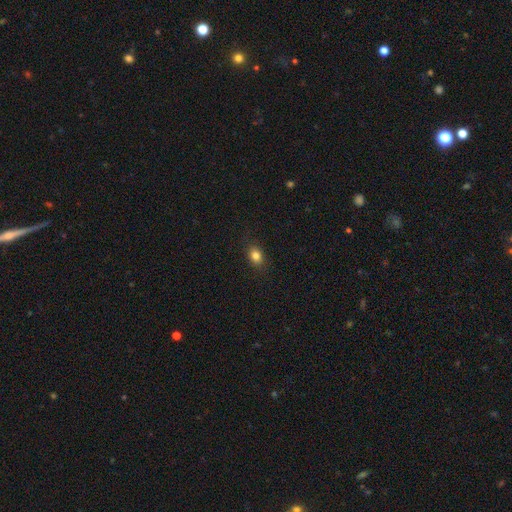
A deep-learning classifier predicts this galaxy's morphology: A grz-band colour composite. It shows a smooth galaxy with no disk features (83%) that is in between round and cigar-shaped (65%). Merging: none (87%).